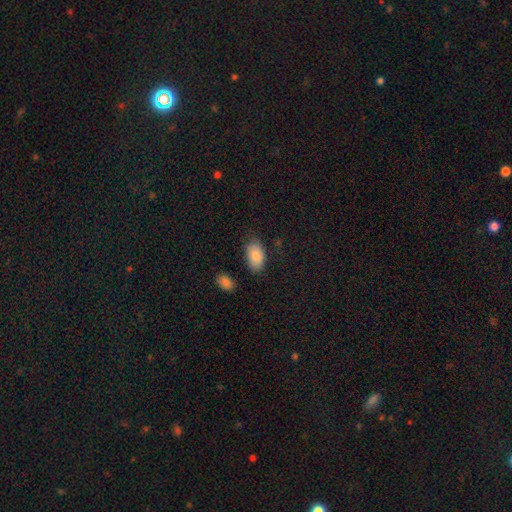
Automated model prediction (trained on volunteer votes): smooth-or-featured: smooth: 87% | featured or disk: 7% | star or artifact: 7%
  how-rounded: in between: 93% | round: 5% | cigar-shaped: 2%
  merging: none: 74% | minor disturbance: 18% | major disturbance: 5% | merger: 3%